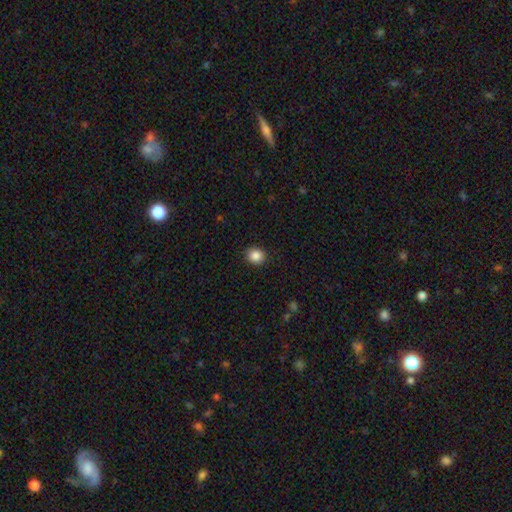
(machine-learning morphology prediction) A smooth galaxy with no disk features (87%) that is round (82%). Merging: none (91%).